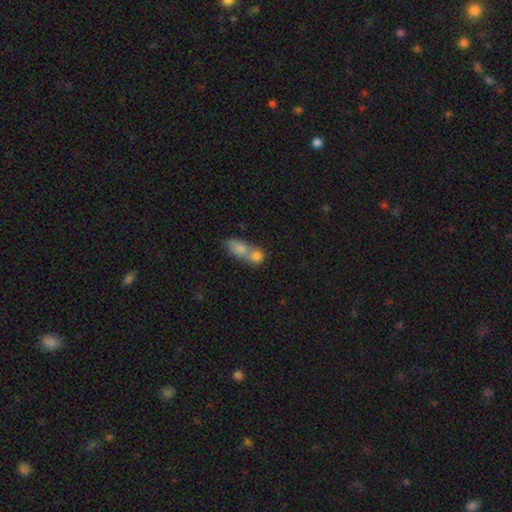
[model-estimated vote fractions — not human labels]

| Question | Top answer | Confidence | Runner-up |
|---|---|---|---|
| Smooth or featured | smooth | 76% | featured or disk (15%) |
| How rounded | in between | 52% | round (41%) |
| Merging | merger | 72% | none (19%) |